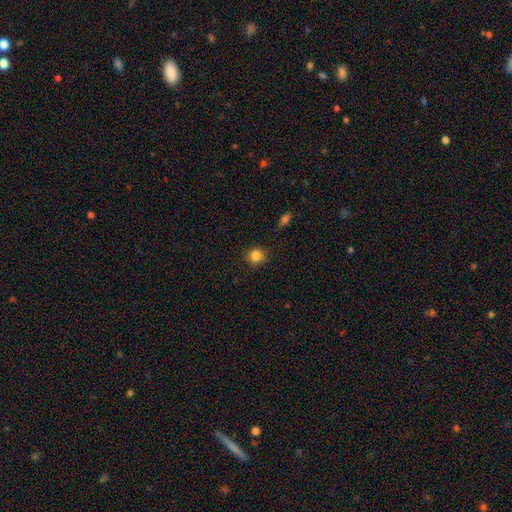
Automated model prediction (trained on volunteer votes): A smooth galaxy with no disk features (84%) that is round (88%).

Vote fractions:
- Smooth or featured? smooth: 84% / star or artifact: 11% / featured or disk: 5%
- How rounded? round: 88% / in between: 11% / cigar-shaped: 1%
- Merging? none: 88% / minor disturbance: 8% / major disturbance: 2% / merger: 1%